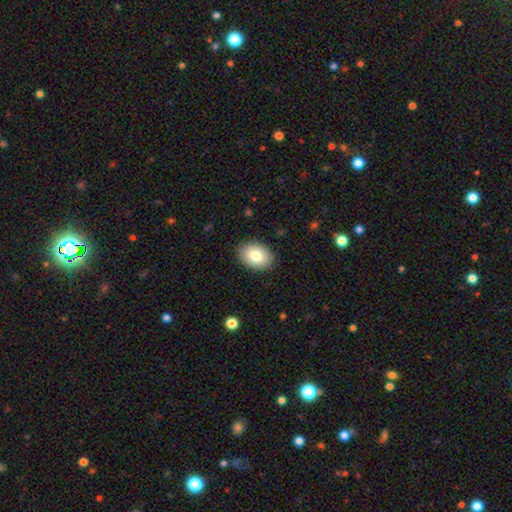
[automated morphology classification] Smooth or featured: smooth — 82% (featured or disk — 11%)
How rounded: in between — 81% (round — 18%)
Merging: none — 89% (minor disturbance — 8%)